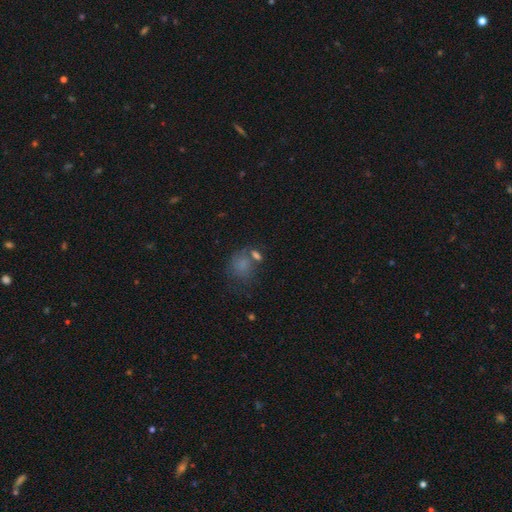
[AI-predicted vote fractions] Morphology: type=smooth (70%); roundness=round (51%); merging=none (42%).